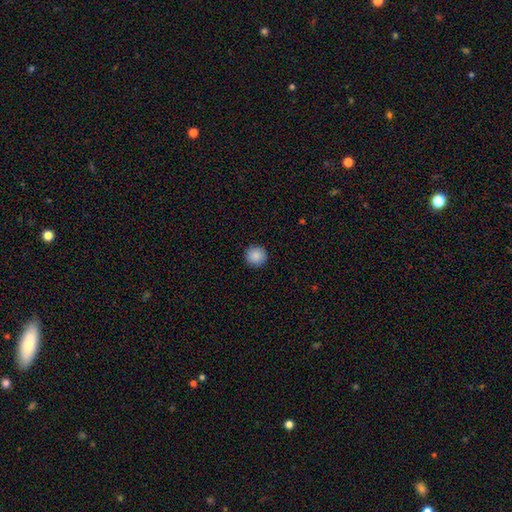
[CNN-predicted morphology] The model was most divided on "smooth or featured": smooth: 88%, star or artifact: 8%, featured or disk: 3%. More confident: how rounded — round (96%); merging — none (93%).